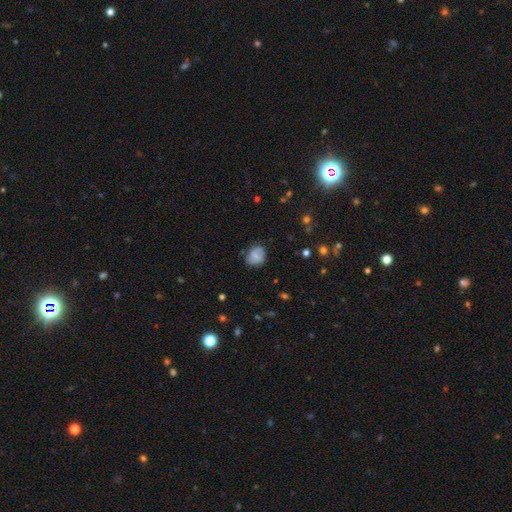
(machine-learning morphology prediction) Smooth or featured?
  - smooth: 67% *
  - featured or disk: 22%
  - star or artifact: 11%
How rounded?
  - round: 55% *
  - in between: 43%
  - cigar-shaped: 1%
Merging?
  - none: 68% *
  - minor disturbance: 23%
  - major disturbance: 7%
  - merger: 2%